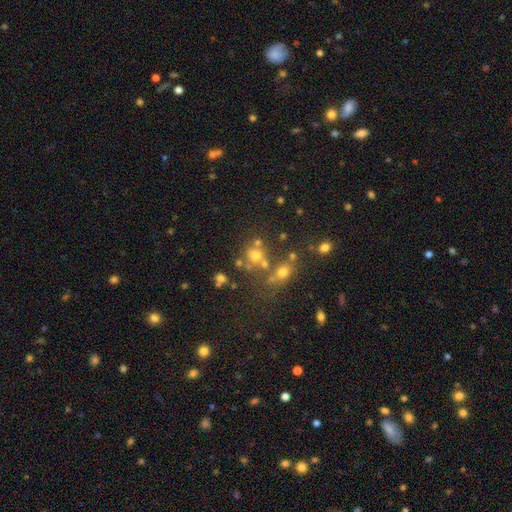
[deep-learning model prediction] Morphology: type=smooth (56%); roundness=round (79%); merging=none (54%).